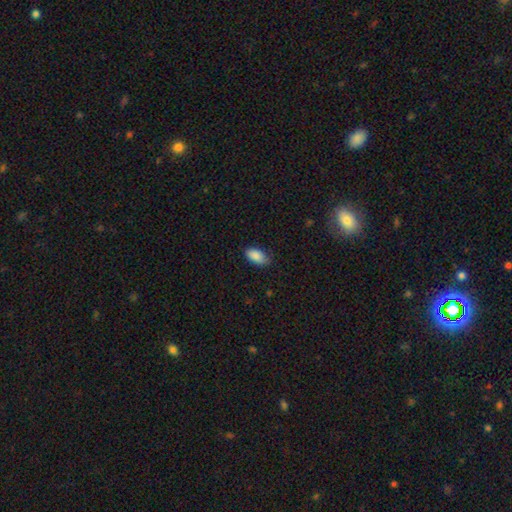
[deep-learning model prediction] Smooth or featured: smooth — 88% (star or artifact — 7%)
How rounded: in between — 94% (round — 4%)
Merging: none — 76% (minor disturbance — 20%)